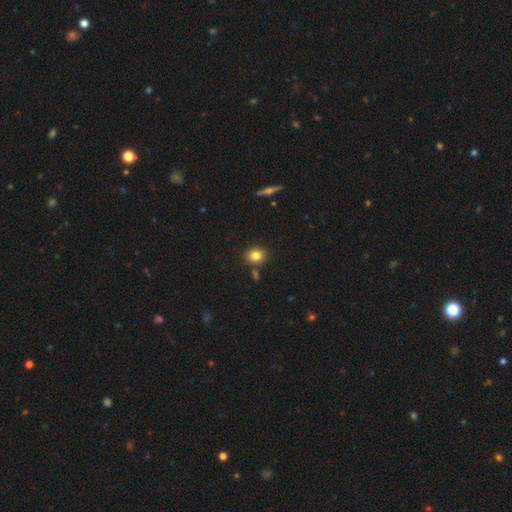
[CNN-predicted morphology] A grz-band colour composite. It shows a smooth galaxy with no disk features (81%) that is round (59%). Merging: none (83%).